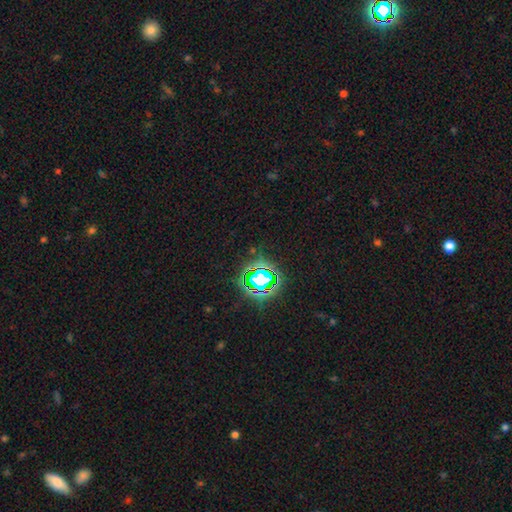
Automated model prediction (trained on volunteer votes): The model was most divided on "smooth or featured": star or artifact: 76%, smooth: 16%, featured or disk: 8%.